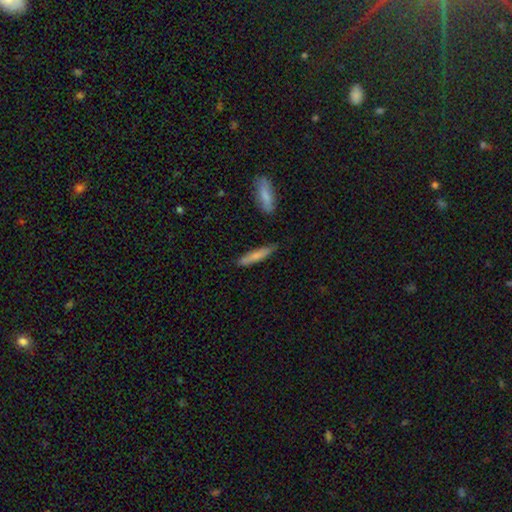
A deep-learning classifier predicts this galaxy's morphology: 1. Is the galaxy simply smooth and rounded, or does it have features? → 74% smooth, 20% featured or disk, 6% star or artifact.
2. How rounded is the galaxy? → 86% cigar-shaped, 12% in between, 2% round.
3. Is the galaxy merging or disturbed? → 80% none, 14% minor disturbance, 3% merger, 2% major disturbance.